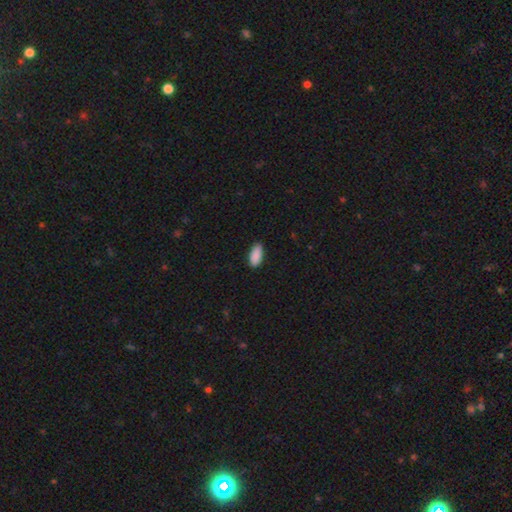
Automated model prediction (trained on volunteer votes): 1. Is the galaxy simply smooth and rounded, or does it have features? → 90% smooth, 6% star or artifact, 3% featured or disk.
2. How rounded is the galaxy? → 89% in between, 9% cigar-shaped, 2% round.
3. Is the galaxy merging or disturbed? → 85% none, 12% minor disturbance, 2% major disturbance, 1% merger.